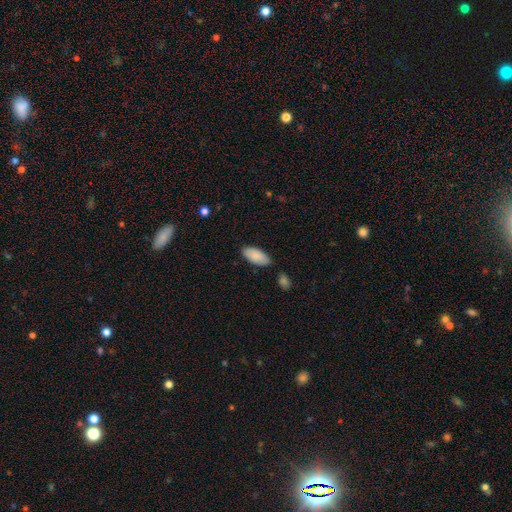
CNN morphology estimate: smooth_or_featured: smooth (p=0.87) [alt: featured or disk p=0.07]
how_rounded: in between (p=0.92) [alt: cigar-shaped p=0.06]
merging: none (p=0.78) [alt: minor disturbance p=0.15]